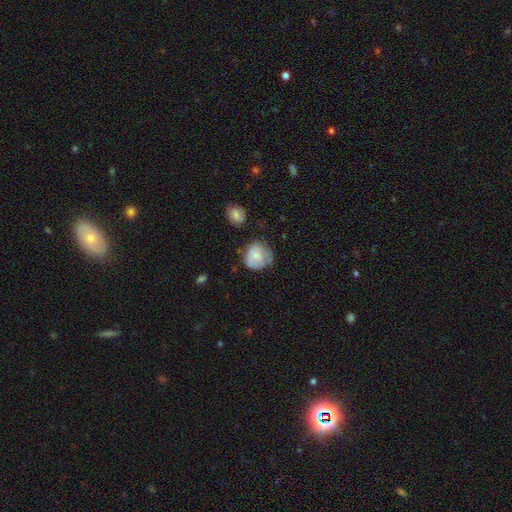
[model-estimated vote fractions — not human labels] Morphology: type=smooth (61%); roundness=round (77%); merging=none (50%).